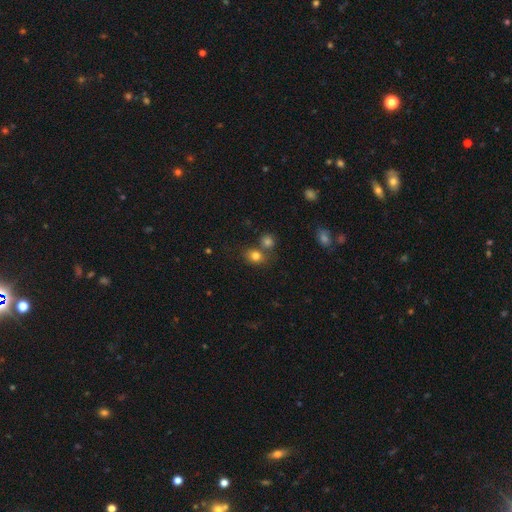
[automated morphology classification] Smooth or featured? smooth (79%)
How rounded? round (56%)
Merging? none (57%)